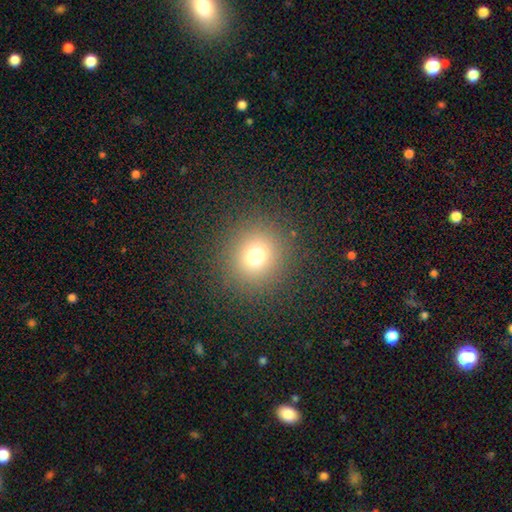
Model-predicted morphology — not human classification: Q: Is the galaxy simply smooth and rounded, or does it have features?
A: smooth — 71%.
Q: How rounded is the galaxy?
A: round — 93%.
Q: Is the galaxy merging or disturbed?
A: none — 89%.